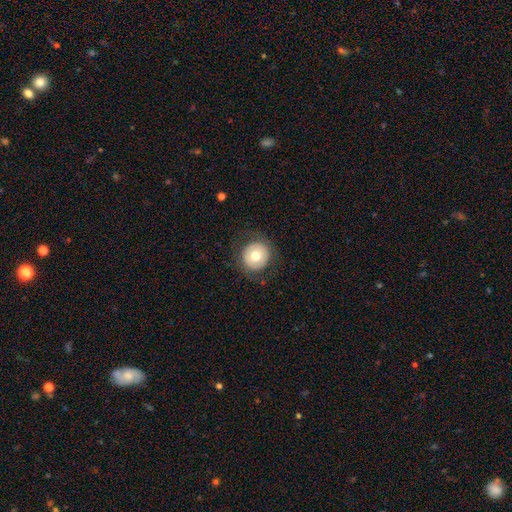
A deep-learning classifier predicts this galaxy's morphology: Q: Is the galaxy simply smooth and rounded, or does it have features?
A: smooth — 66%.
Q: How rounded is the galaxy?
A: round — 94%.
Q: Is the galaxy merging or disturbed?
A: none — 83%.